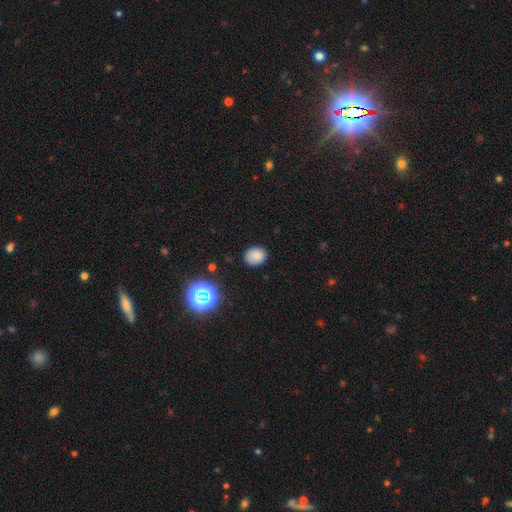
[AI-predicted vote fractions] smooth_or_featured: smooth (p=0.81) [alt: star or artifact p=0.14]
how_rounded: round (p=0.52) [alt: in between p=0.47]
merging: none (p=0.82) [alt: minor disturbance p=0.14]